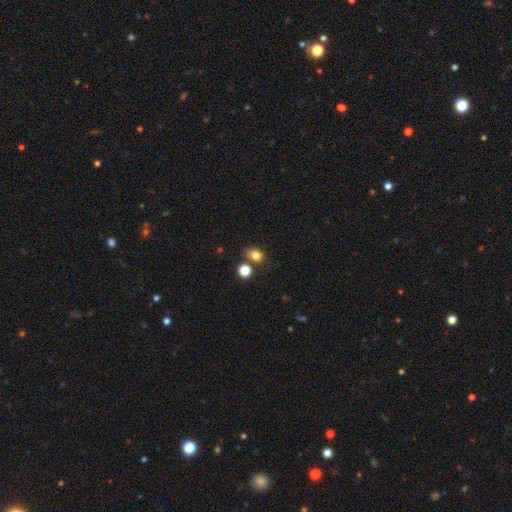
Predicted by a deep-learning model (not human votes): Smooth or featured? smooth (79%)
How rounded? round (58%)
Merging? none (65%)